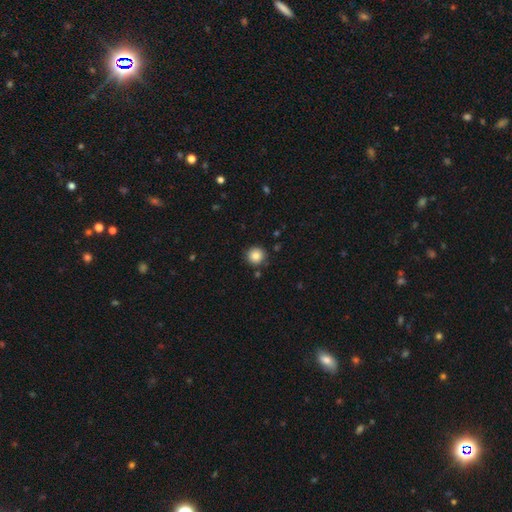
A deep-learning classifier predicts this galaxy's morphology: Smooth or featured?
  - smooth: 84% *
  - star or artifact: 10%
  - featured or disk: 6%
How rounded?
  - round: 95% *
  - in between: 4%
  - cigar-shaped: 1%
Merging?
  - none: 88% *
  - minor disturbance: 8%
  - merger: 3%
  - major disturbance: 2%